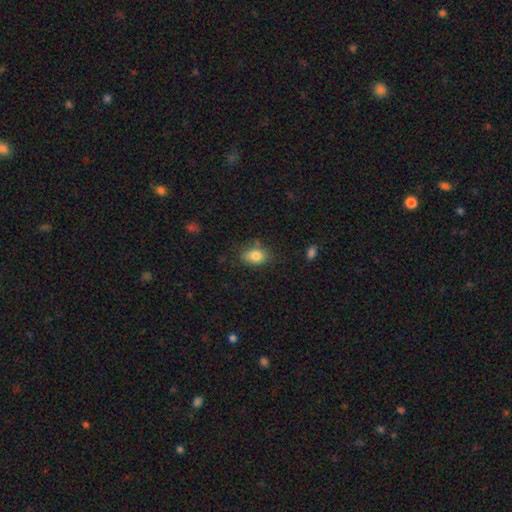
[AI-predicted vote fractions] This is clearly a smooth galaxy (83%). How rounded: likely in between (79%). Merging: likely none (73%).